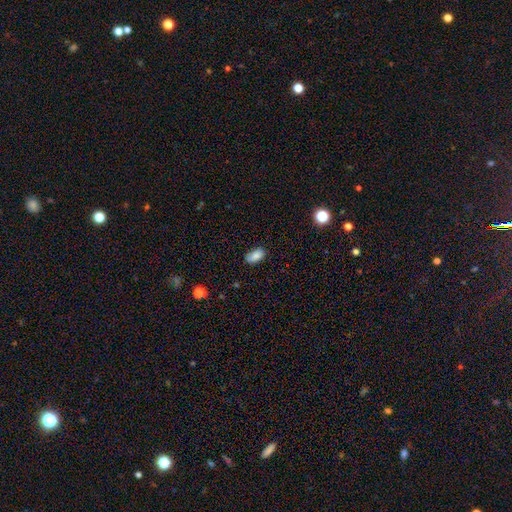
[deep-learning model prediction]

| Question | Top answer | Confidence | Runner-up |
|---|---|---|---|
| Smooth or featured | smooth | 86% | star or artifact (9%) |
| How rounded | in between | 93% | round (5%) |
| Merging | none | 75% | minor disturbance (20%) |